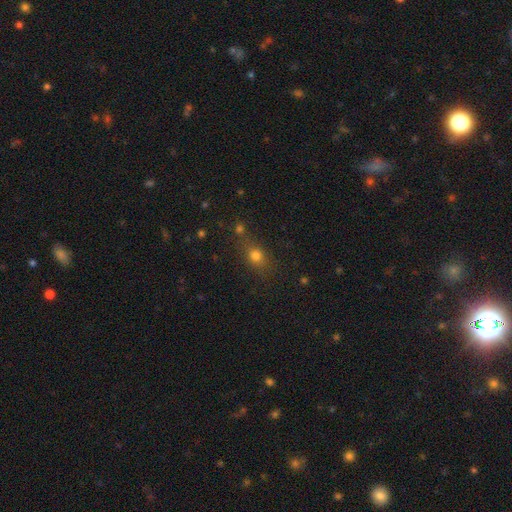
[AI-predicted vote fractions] The model was most divided on "how rounded": round: 52%, in between: 42%, cigar-shaped: 6%. More confident: smooth or featured — smooth (72%); merging — none (66%).